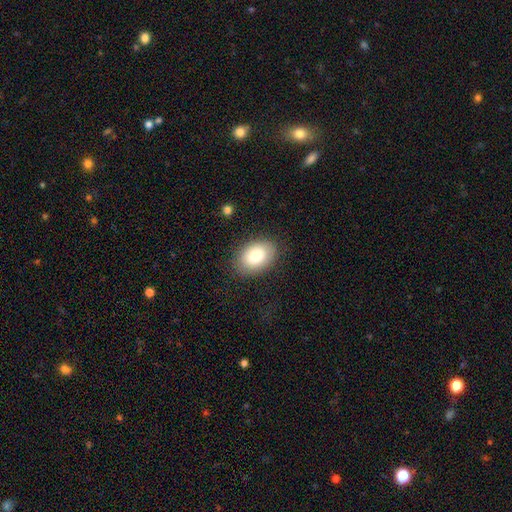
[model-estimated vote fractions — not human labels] smooth-or-featured: smooth: 83% | featured or disk: 10% | star or artifact: 7%
  how-rounded: in between: 84% | round: 15% | cigar-shaped: 1%
  merging: none: 84% | minor disturbance: 11% | major disturbance: 4% | merger: 1%